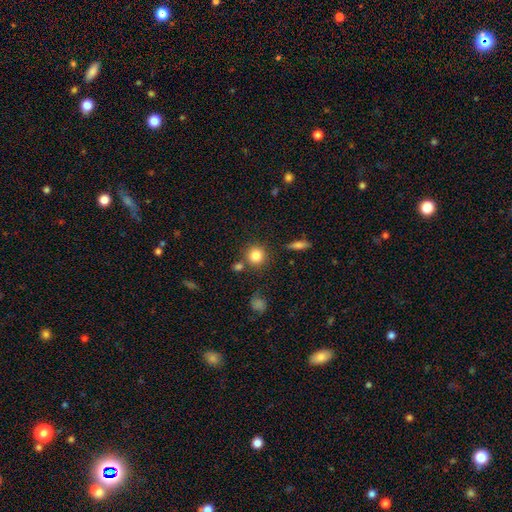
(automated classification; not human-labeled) Smooth or featured?
  - smooth: 83% *
  - star or artifact: 10%
  - featured or disk: 6%
How rounded?
  - round: 91% *
  - in between: 8%
  - cigar-shaped: 1%
Merging?
  - none: 78% *
  - merger: 10%
  - minor disturbance: 9%
  - major disturbance: 3%